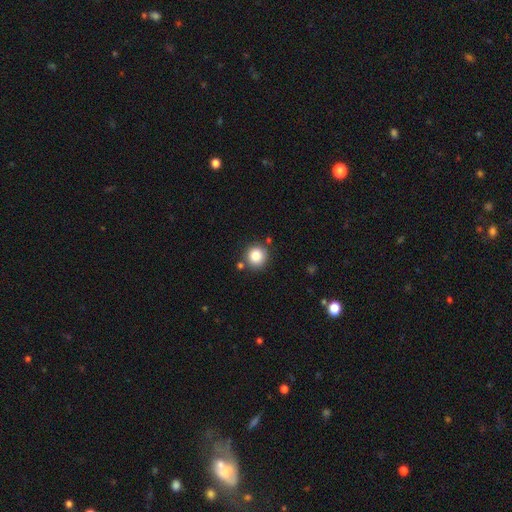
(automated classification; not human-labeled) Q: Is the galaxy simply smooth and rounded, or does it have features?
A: smooth — 83%.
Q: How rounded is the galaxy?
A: round — 92%.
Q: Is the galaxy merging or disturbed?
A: none — 82%.